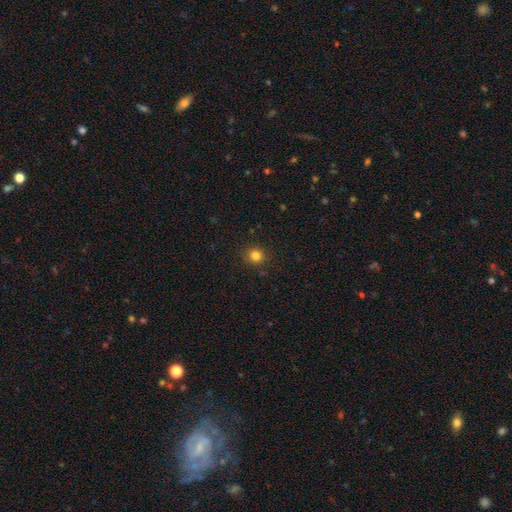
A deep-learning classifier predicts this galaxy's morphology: Smooth or featured? Predicted: smooth (p=0.82). How rounded? Predicted: round (p=0.86). Merging? Predicted: none (p=0.89).